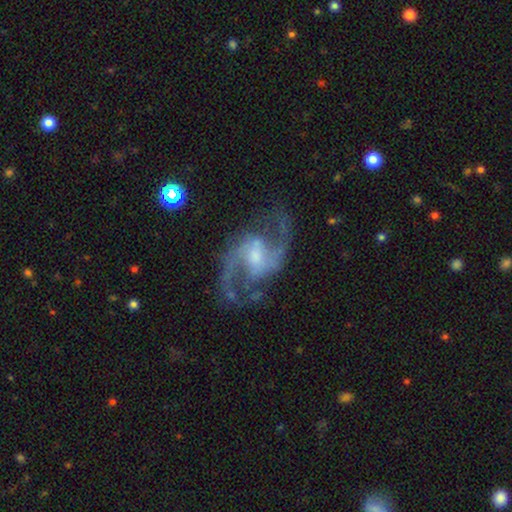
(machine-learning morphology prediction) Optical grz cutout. It shows a featured or disk galaxy (91%) with a weak bar (53%), 2 (93%) medium (54%) spiral arms (98%) and a moderate central bulge (42%). Merging: none (76%).